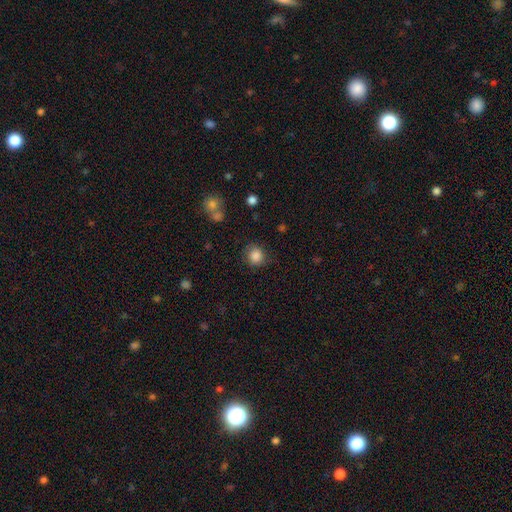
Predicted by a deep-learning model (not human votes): Smooth or featured?
  - smooth: 86% *
  - star or artifact: 10%
  - featured or disk: 4%
How rounded?
  - round: 87% *
  - in between: 12%
  - cigar-shaped: 1%
Merging?
  - none: 83% *
  - minor disturbance: 12%
  - major disturbance: 4%
  - merger: 2%